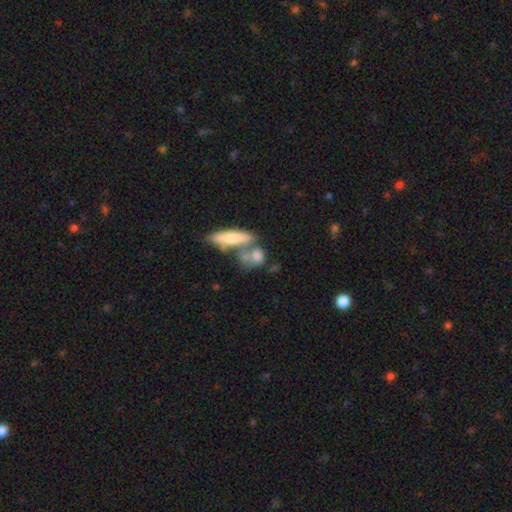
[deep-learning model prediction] smooth_or_featured: smooth (p=0.70) [alt: featured or disk p=0.21]
how_rounded: in between (p=0.53) [alt: round p=0.28]
merging: merger (p=0.43) [alt: none p=0.37]